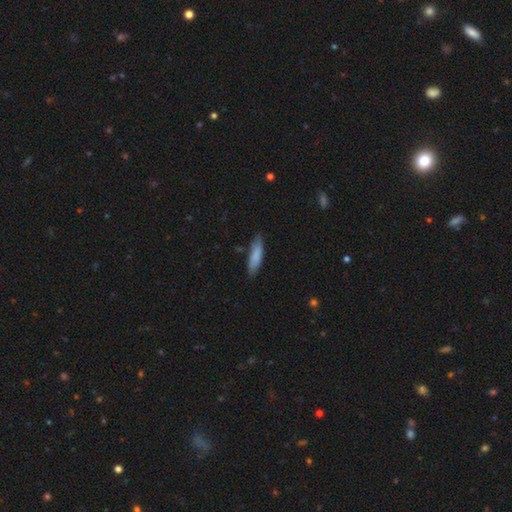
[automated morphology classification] Smooth or featured? Predicted: smooth (p=0.81). How rounded? Predicted: cigar-shaped (p=0.67). Merging? Predicted: none (p=0.79).